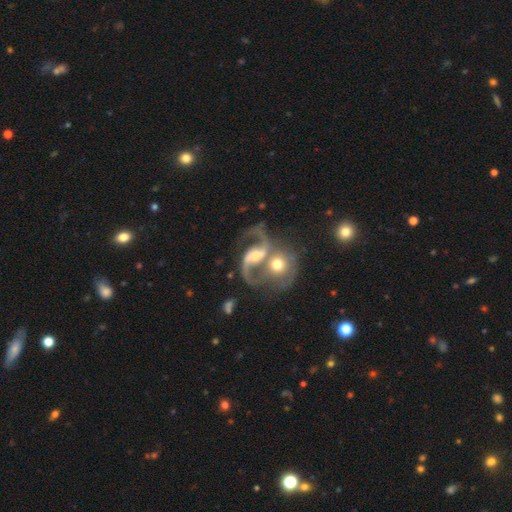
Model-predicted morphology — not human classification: Smooth or featured? Predicted: featured or disk (p=0.86). Edge-on disk? Predicted: no (p=0.97). Bar? Predicted: weak (p=0.40). Spiral arms? Predicted: yes (p=0.95). Spiral winding? Predicted: loose (p=0.48). Spiral arm count? Predicted: 2 (p=0.88). Bulge size? Predicted: moderate (p=0.56). Merging? Predicted: merger (p=0.59).